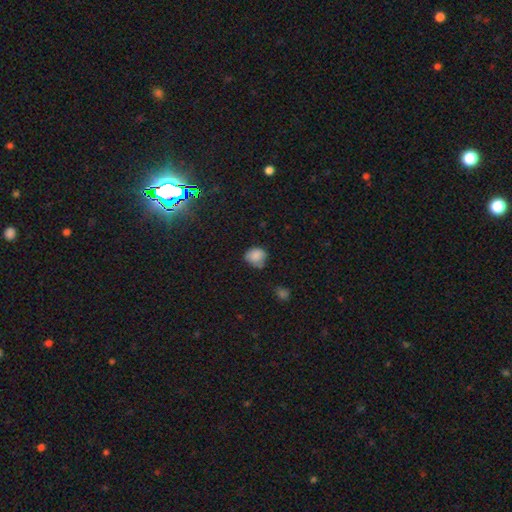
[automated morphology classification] type=smooth (83%); roundness=round (64%); merging=none (57%).